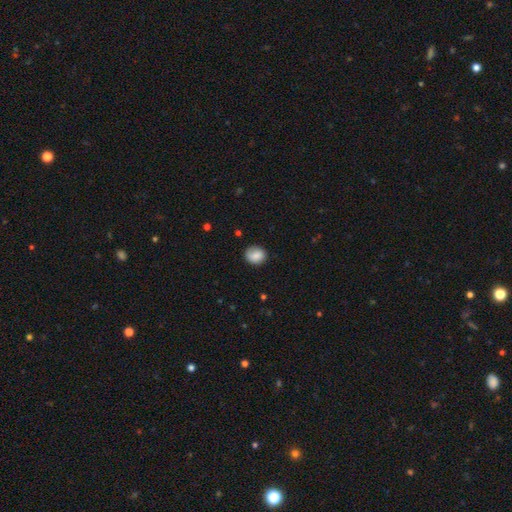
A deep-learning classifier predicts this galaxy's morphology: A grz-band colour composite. It shows a smooth galaxy with no disk features (83%) that is round (72%). Merging: none (76%).